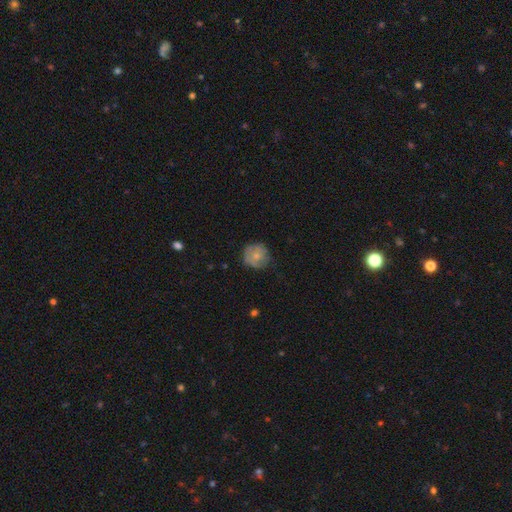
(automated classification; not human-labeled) Smooth or featured? Predicted: smooth (p=0.68). How rounded? Predicted: round (p=0.90). Merging? Predicted: none (p=0.70).